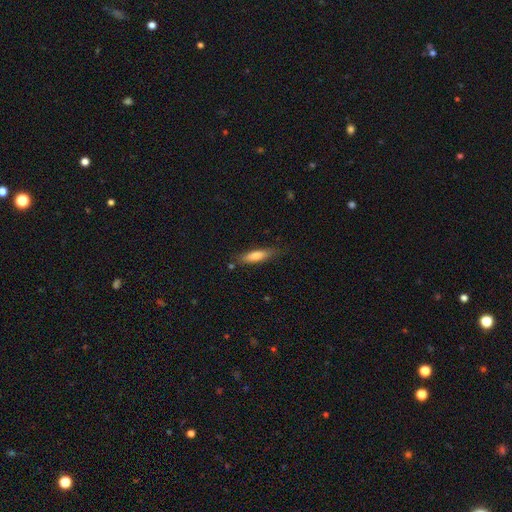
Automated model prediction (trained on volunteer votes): Morphology: type=smooth (73%); roundness=cigar-shaped (72%); merging=none (76%).